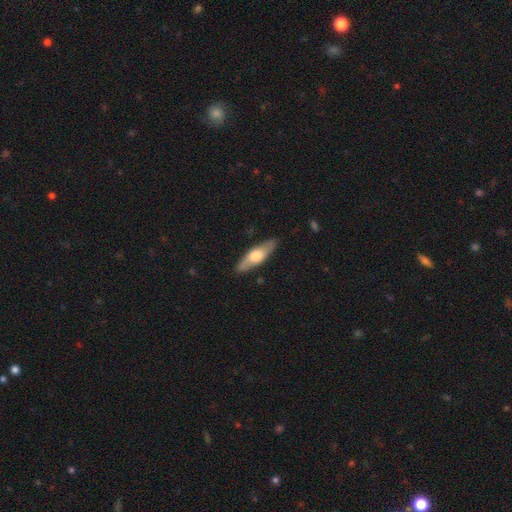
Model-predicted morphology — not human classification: Q: Smooth or featured?
A: smooth (49%); runner-up: featured or disk (46%)
Q: Merging?
A: none (87%); runner-up: minor disturbance (10%)